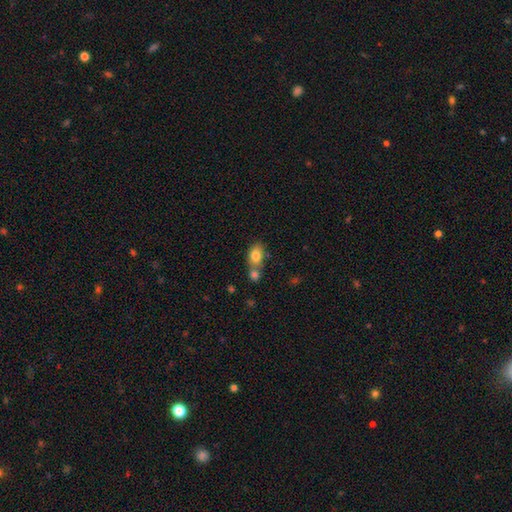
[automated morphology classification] A smooth galaxy with no disk features (80%) that is in between round and cigar-shaped (77%).

Vote fractions:
- Smooth or featured? smooth: 80% / featured or disk: 11% / star or artifact: 9%
- How rounded? in between: 77% / round: 21% / cigar-shaped: 2%
- Merging? merger: 45% / none: 40% / minor disturbance: 11% / major disturbance: 4%